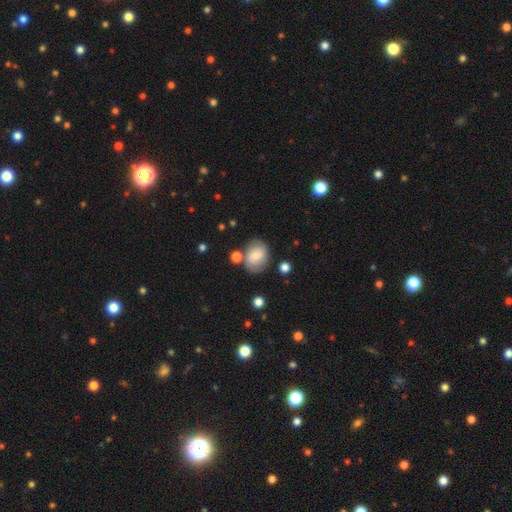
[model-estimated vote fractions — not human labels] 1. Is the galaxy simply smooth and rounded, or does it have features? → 57% smooth, 35% featured or disk, 8% star or artifact.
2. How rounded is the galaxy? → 54% in between, 45% round, 1% cigar-shaped.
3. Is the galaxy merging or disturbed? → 71% none, 17% minor disturbance, 7% merger, 5% major disturbance.